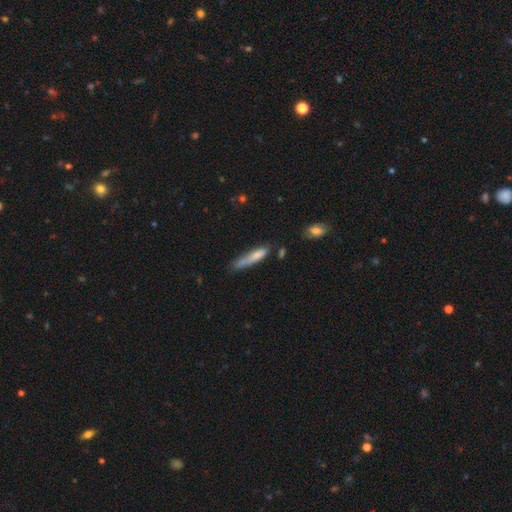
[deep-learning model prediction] Smooth or featured? Predicted: smooth (p=0.75). How rounded? Predicted: cigar-shaped (p=0.85). Merging? Predicted: none (p=0.49).